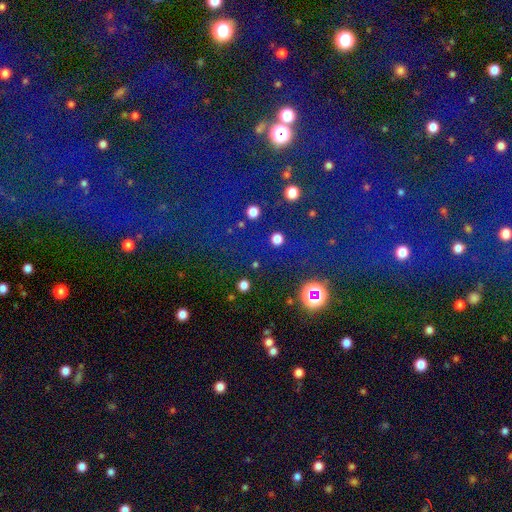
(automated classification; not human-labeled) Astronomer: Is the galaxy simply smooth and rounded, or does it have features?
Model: star or artifact — 79%.